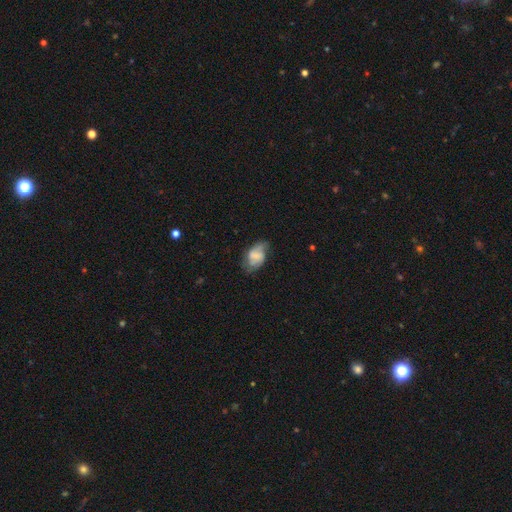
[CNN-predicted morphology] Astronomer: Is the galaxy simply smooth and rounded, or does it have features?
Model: featured or disk — 53% (runner-up: smooth, 39%).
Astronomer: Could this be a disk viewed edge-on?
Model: no — 96%.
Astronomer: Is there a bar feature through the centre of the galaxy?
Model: weak — 48% (runner-up: no, 32%).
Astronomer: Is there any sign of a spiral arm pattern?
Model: yes — 82%.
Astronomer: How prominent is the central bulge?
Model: none — 37% (runner-up: small, 35%).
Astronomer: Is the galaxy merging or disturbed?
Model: none — 57%.